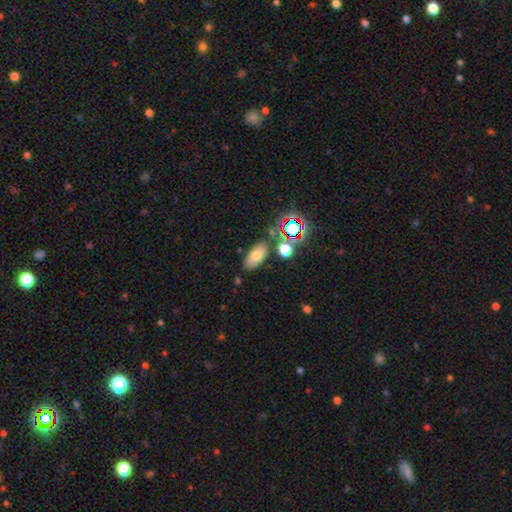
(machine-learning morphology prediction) This appears to be a smooth galaxy with no disk features (68%) that is in between round and cigar-shaped (87%). Merging: none (77%).